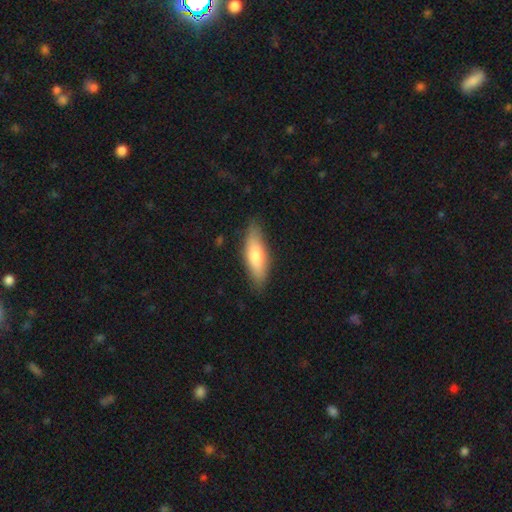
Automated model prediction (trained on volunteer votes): Overall: smooth (73%). How rounded: cigar-shaped (50%; in between 48%). Merging: none (83%).